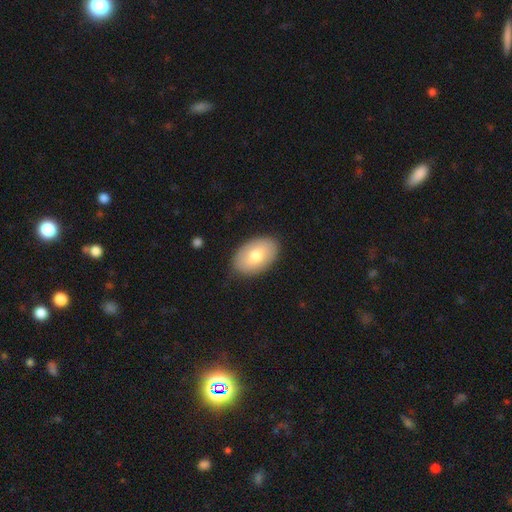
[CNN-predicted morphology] Smooth or featured? Predicted: smooth (p=0.74). How rounded? Predicted: in between (p=0.92). Merging? Predicted: none (p=0.86).